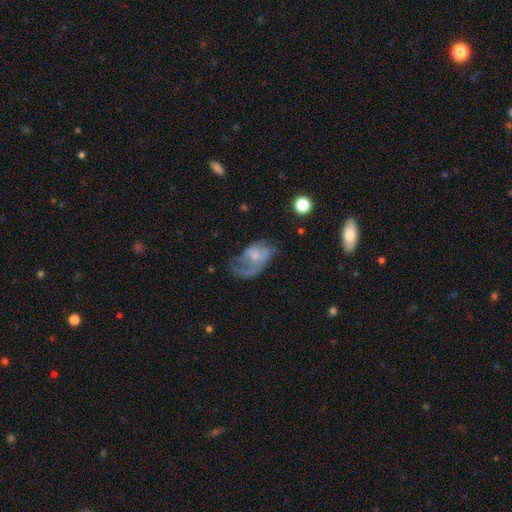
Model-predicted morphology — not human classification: smooth-or-featured: featured or disk: 55% | smooth: 36% | star or artifact: 9%
  disk-edge-on: no: 97% | yes: 3%
    bar: no: 68% | weak: 27% | strong: 4%
    has-spiral-arms: yes: 62% | no: 38%
    bulge-size: small: 37% | none: 31% | moderate: 25% | large: 5% | dominant: 2%
  merging: major disturbance: 49% | none: 27% | minor disturbance: 21% | merger: 3%